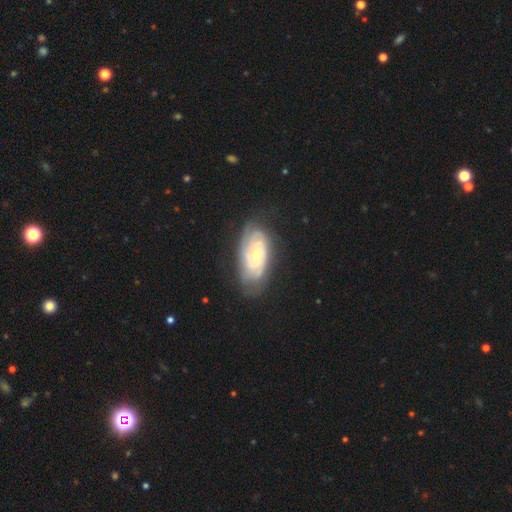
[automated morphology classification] The model was most divided on "spiral arm count": can't tell: 49%, 2: 22%, 3: 13%, 4: 8%, more than 4: 5%, 1: 4%. More confident: edge-on disk — no (95%); spiral arms — yes (90%); bar — no (77%); smooth or featured — featured or disk (75%); spiral winding — tight (74%); merging — none (71%); bulge size — small (62%).